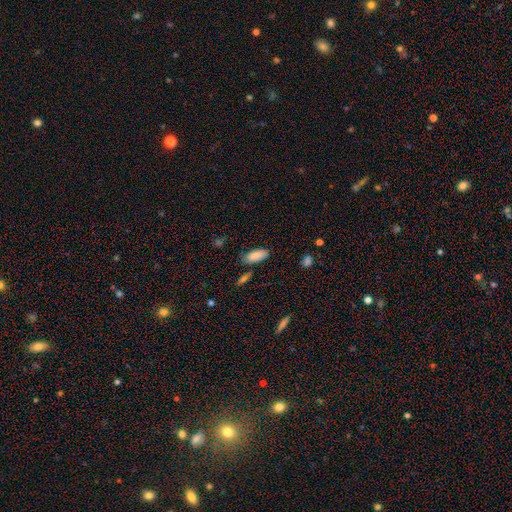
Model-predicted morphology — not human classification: smooth_or_featured: smooth (p=0.84) [alt: featured or disk p=0.09]
how_rounded: in between (p=0.88) [alt: cigar-shaped p=0.10]
merging: none (p=0.75) [alt: minor disturbance p=0.17]